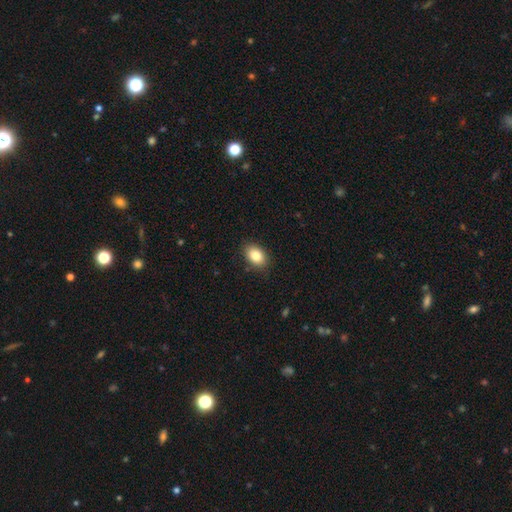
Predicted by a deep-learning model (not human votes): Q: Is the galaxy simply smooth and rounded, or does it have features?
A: smooth — 85%.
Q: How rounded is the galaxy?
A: in between — 86%.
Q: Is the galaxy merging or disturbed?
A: none — 87%.